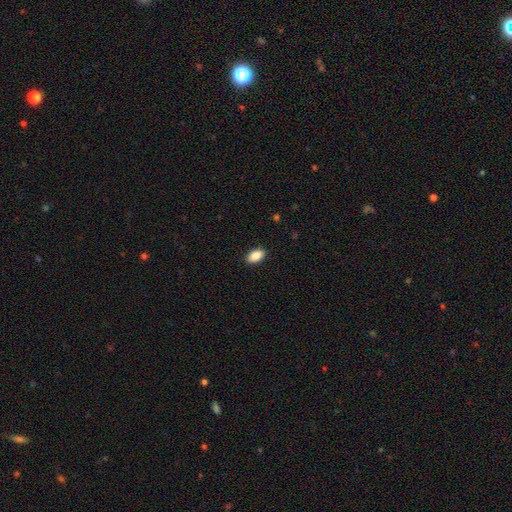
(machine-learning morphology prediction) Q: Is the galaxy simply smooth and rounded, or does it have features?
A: smooth — 89%.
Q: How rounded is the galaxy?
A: in between — 93%.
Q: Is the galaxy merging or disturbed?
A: none — 89%.